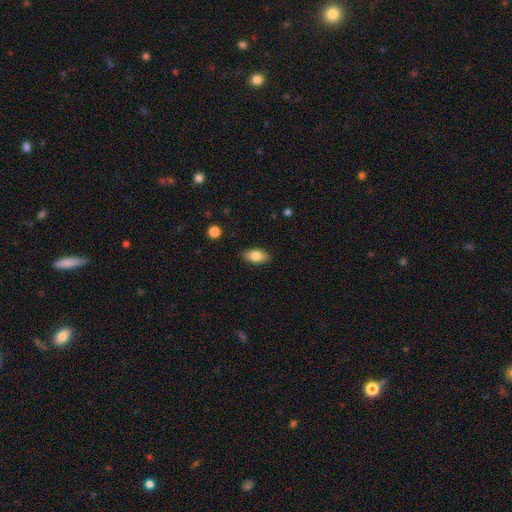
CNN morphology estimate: A smooth galaxy with no disk features (80%) that is in between round and cigar-shaped (91%).

Vote fractions:
- Smooth or featured? smooth: 80% / featured or disk: 12% / star or artifact: 7%
- How rounded? in between: 91% / round: 5% / cigar-shaped: 4%
- Merging? none: 86% / minor disturbance: 11% / major disturbance: 2% / merger: 1%